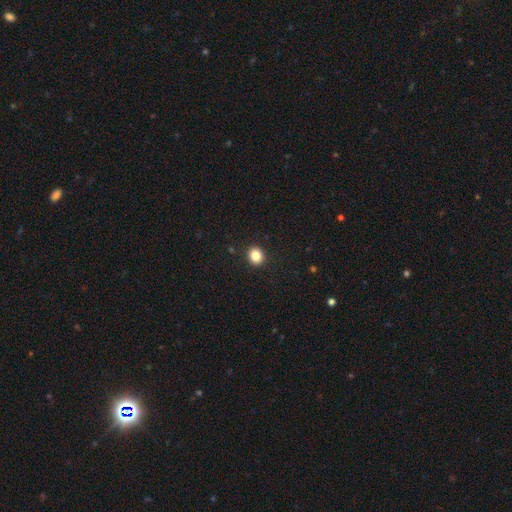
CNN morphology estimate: This appears to be a smooth galaxy with no disk features (85%) that is round (72%). Merging: none (91%).